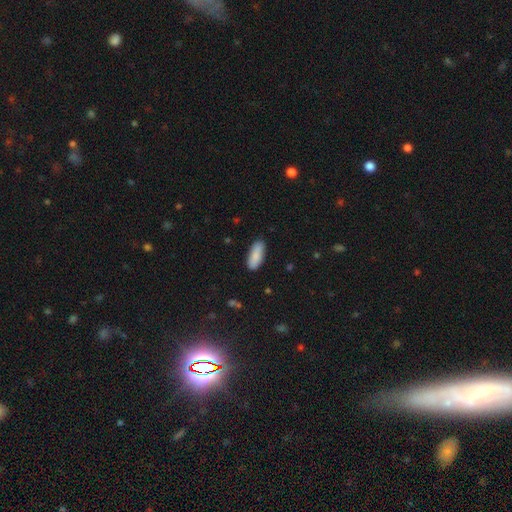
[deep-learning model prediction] Smooth or featured? smooth (87%)
How rounded? in between (75%)
Merging? none (86%)